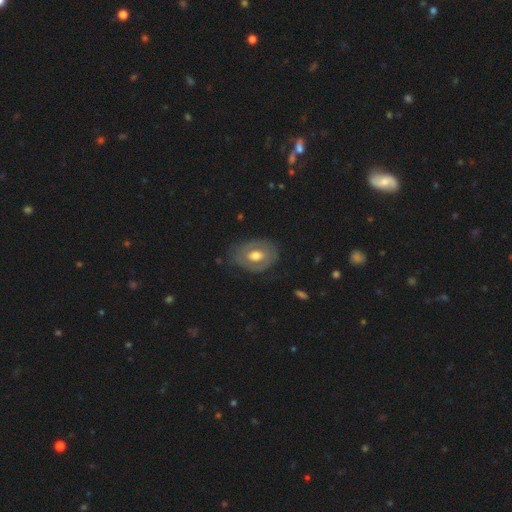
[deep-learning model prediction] Smooth or featured? Predicted: featured or disk (p=0.56). Edge-on disk? Predicted: no (p=0.93). Bar? Predicted: no (p=0.65). Spiral arms? Predicted: no (p=0.70). Bulge size? Predicted: moderate (p=0.64). Merging? Predicted: none (p=0.72).